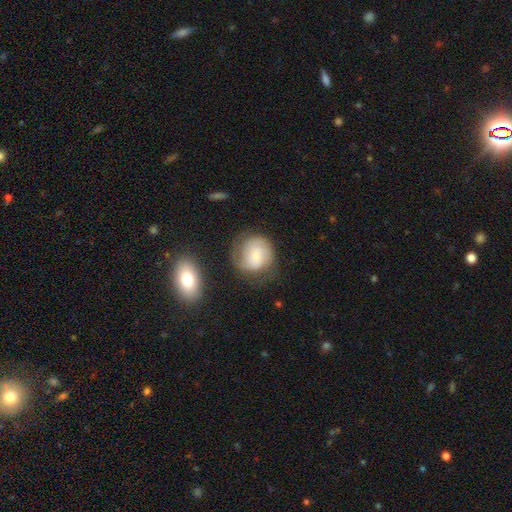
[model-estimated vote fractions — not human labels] A featured or disk galaxy (49%).

Vote fractions:
- Smooth or featured? featured or disk: 49% / smooth: 43% / star or artifact: 8%
- Merging? none: 60% / minor disturbance: 23% / major disturbance: 14% / merger: 3%